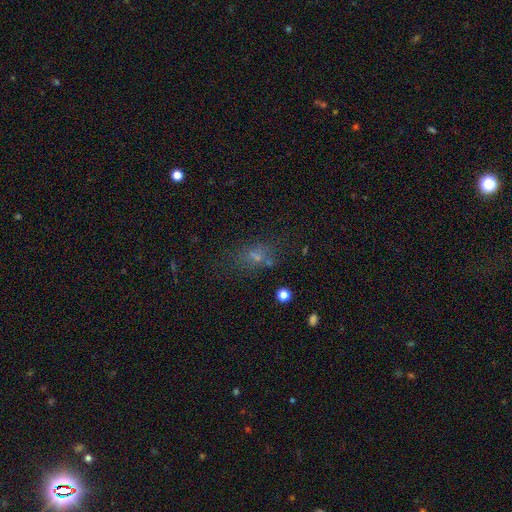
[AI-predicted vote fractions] smooth-or-featured: smooth: 53% | star or artifact: 31% | featured or disk: 16%
  how-rounded: in between: 65% | round: 27% | cigar-shaped: 8%
  merging: none: 63% | minor disturbance: 17% | major disturbance: 11% | merger: 8%